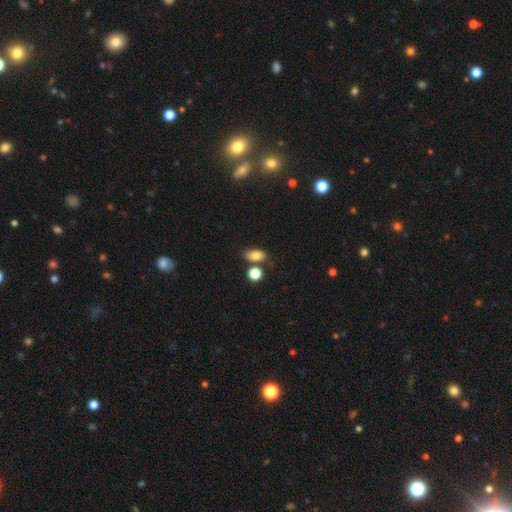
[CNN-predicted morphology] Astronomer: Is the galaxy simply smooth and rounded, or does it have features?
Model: smooth — 79%.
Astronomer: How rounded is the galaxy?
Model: in between — 81%.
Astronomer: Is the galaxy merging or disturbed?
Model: none — 62%.